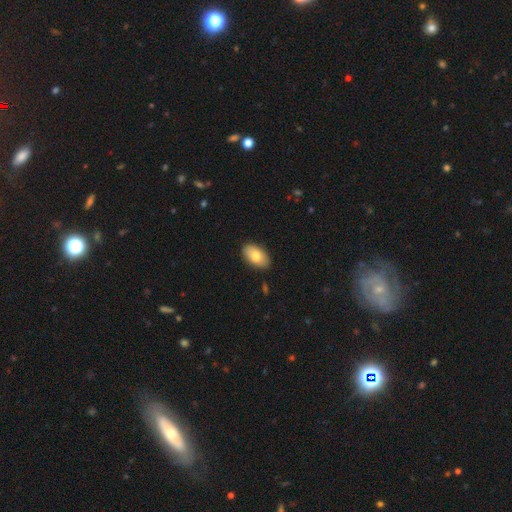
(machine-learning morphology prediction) A smooth galaxy with no disk features (79%) that is in between round and cigar-shaped (94%).

Vote fractions:
- Smooth or featured? smooth: 79% / featured or disk: 15% / star or artifact: 6%
- How rounded? in between: 94% / round: 5% / cigar-shaped: 2%
- Merging? none: 88% / minor disturbance: 9% / major disturbance: 2% / merger: 1%